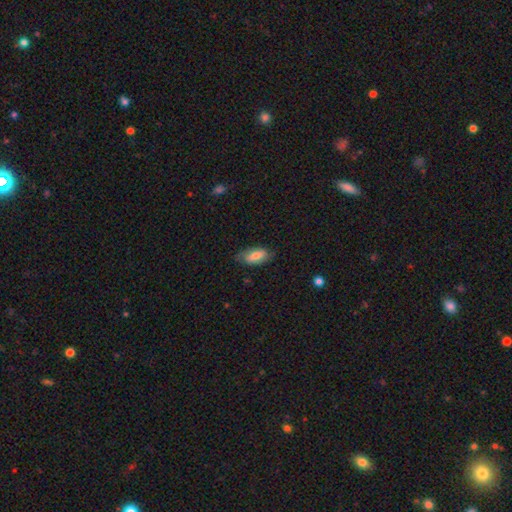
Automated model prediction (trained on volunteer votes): This appears to be a smooth galaxy with no disk features (70%) that is in between round and cigar-shaped (86%). Merging: none (73%).